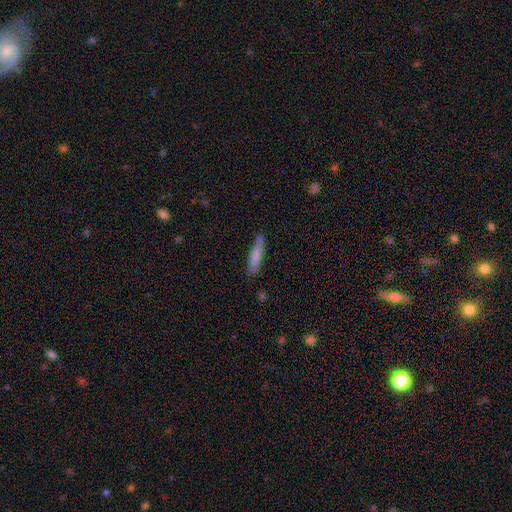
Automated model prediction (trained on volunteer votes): smooth 77%, featured or disk 17%, star or artifact 6%. Down the decision tree: how rounded — cigar-shaped (86%); merging — none (70%).